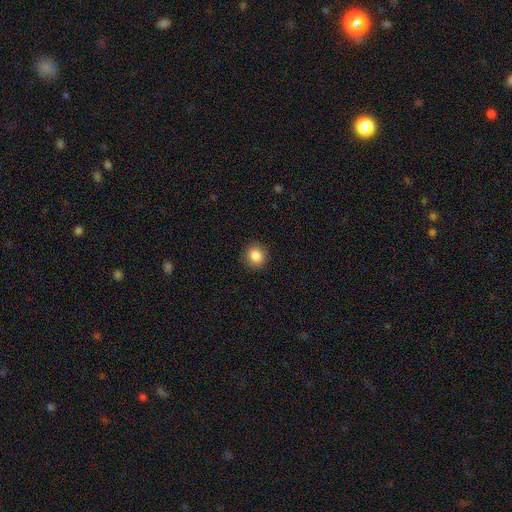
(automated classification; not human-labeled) Smooth or featured? Predicted: smooth (p=0.86). How rounded? Predicted: round (p=0.88). Merging? Predicted: none (p=0.91).